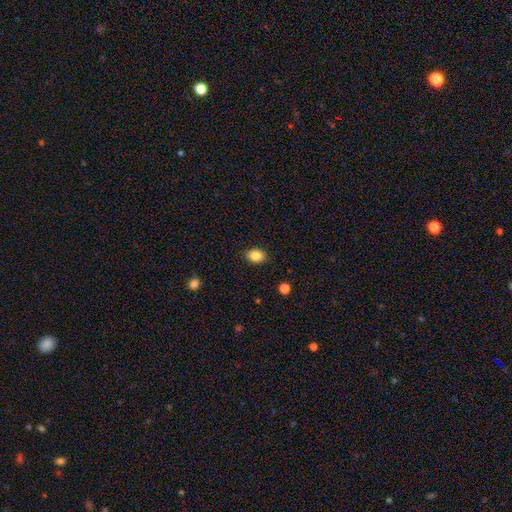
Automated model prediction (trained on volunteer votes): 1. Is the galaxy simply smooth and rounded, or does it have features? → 86% smooth, 9% star or artifact, 4% featured or disk.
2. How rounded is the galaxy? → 60% in between, 39% round, 1% cigar-shaped.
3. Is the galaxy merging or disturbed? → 87% none, 9% minor disturbance, 2% major disturbance, 1% merger.